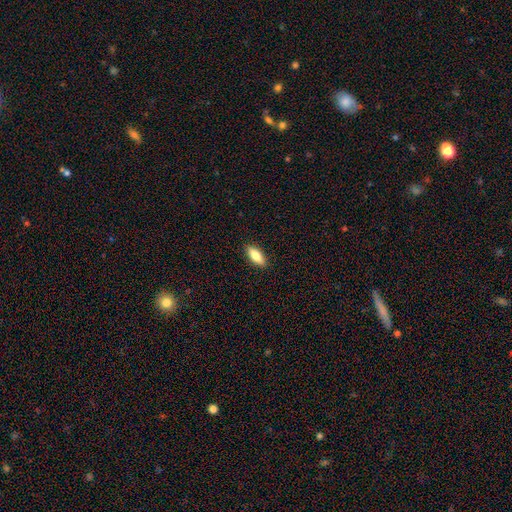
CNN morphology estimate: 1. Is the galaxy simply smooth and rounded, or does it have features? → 80% smooth, 14% featured or disk, 6% star or artifact.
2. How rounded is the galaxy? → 73% in between, 25% cigar-shaped, 2% round.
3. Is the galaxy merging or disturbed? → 89% none, 8% minor disturbance, 2% major disturbance, 1% merger.